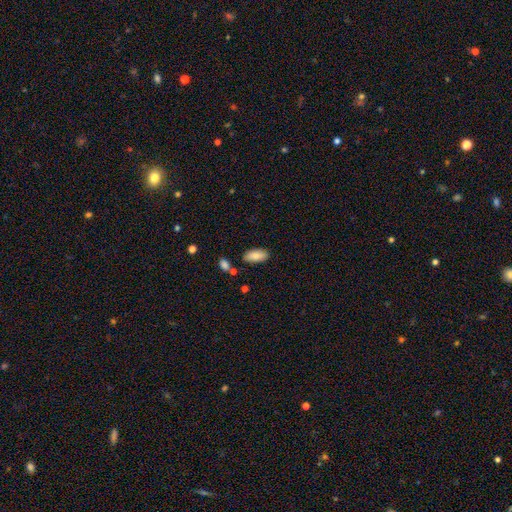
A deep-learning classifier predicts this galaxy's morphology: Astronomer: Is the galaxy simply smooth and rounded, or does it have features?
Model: smooth — 83%.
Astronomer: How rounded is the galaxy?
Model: in between — 89%.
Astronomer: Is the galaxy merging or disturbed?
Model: none — 82%.